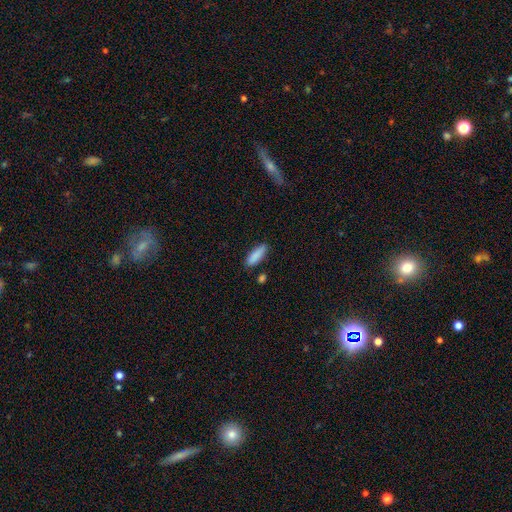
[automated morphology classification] Q: Smooth or featured?
A: smooth (88%); runner-up: star or artifact (6%)
Q: How rounded?
A: in between (57%); runner-up: cigar-shaped (41%)
Q: Merging?
A: none (82%); runner-up: minor disturbance (13%)